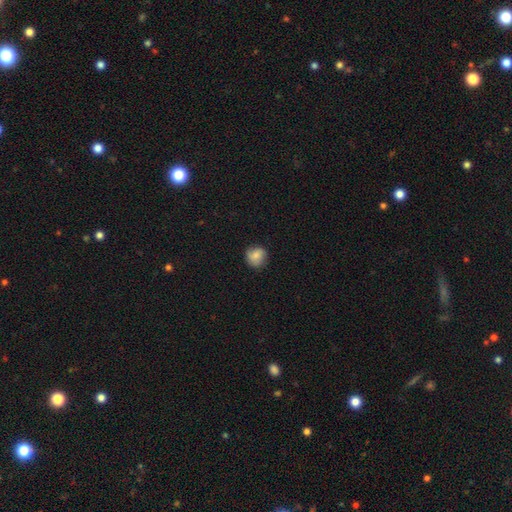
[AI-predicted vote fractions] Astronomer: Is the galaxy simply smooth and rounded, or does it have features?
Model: smooth — 74%.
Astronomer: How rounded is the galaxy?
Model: round — 86%.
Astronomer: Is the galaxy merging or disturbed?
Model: none — 79%.